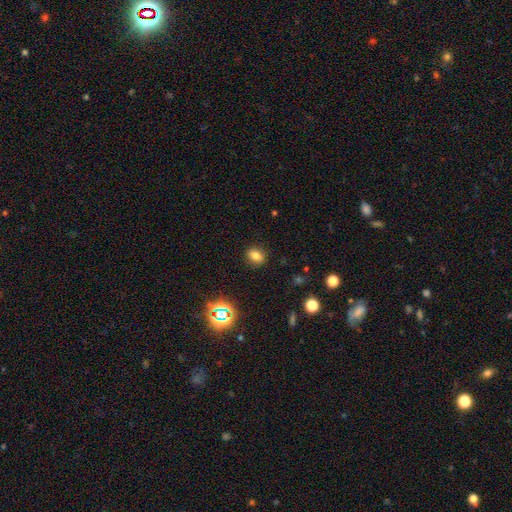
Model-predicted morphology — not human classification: A smooth galaxy with no disk features (73%) that is in between round and cigar-shaped (64%). Merging: none (87%).